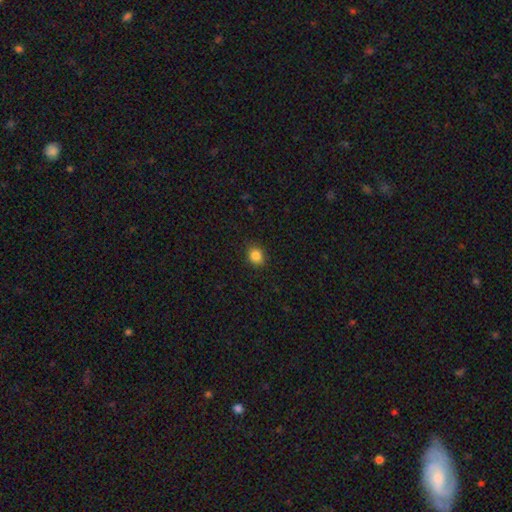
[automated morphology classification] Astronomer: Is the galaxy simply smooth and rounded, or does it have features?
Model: smooth — 85%.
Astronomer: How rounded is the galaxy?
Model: round — 62% (runner-up: in between, 37%).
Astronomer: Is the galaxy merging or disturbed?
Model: none — 88%.